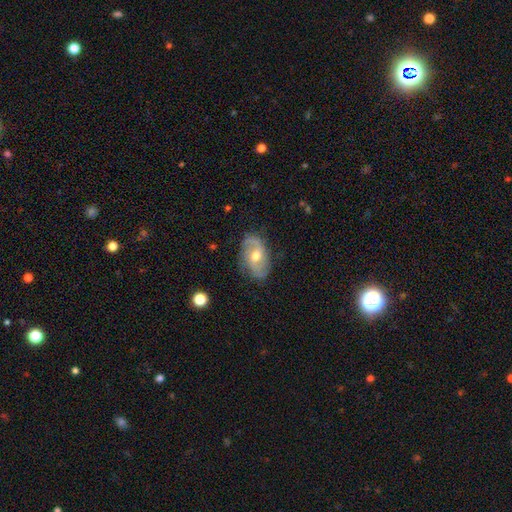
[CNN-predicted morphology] A featured or disk galaxy (78%) with no bar (50%), 2 (71%) medium (44%) spiral arms (91%) and a moderate central bulge (75%). Merging: none (75%).